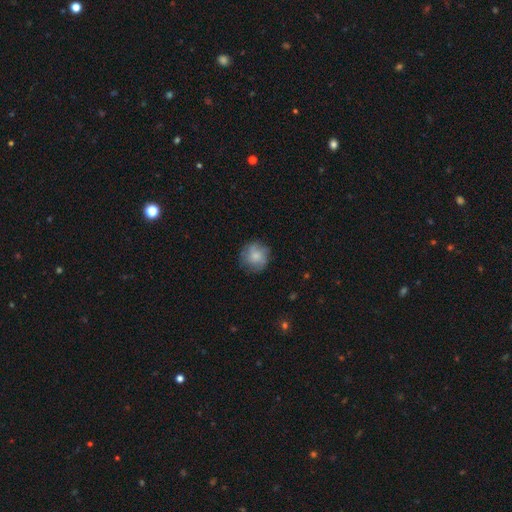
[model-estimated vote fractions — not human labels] smooth_or_featured: smooth (p=0.66) [alt: featured or disk p=0.26]
how_rounded: round (p=0.89) [alt: in between p=0.10]
merging: none (p=0.75) [alt: minor disturbance p=0.17]